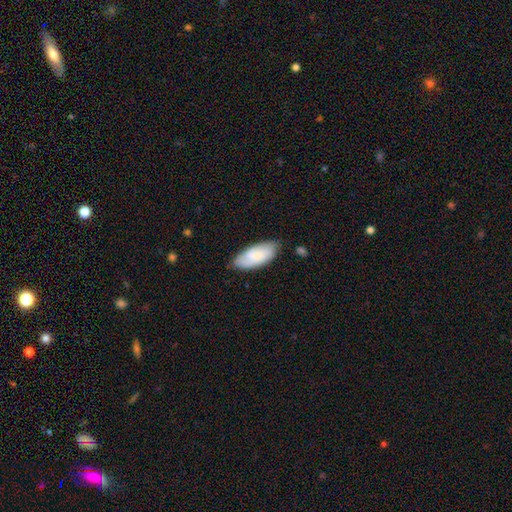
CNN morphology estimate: This appears to be a smooth galaxy with no disk features (73%) that is in between round and cigar-shaped (88%). Merging: none (74%).